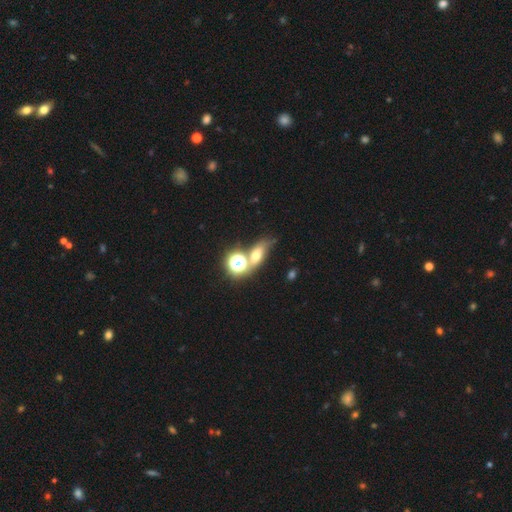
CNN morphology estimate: Smooth or featured? smooth (54%)
How rounded? in between (58%)
Merging? none (47%)